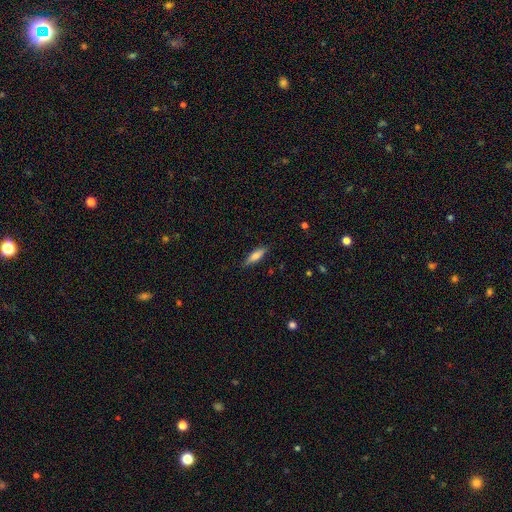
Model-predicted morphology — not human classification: A smooth galaxy with no disk features (73%) that is cigar-shaped (57%). Merging: none (84%).